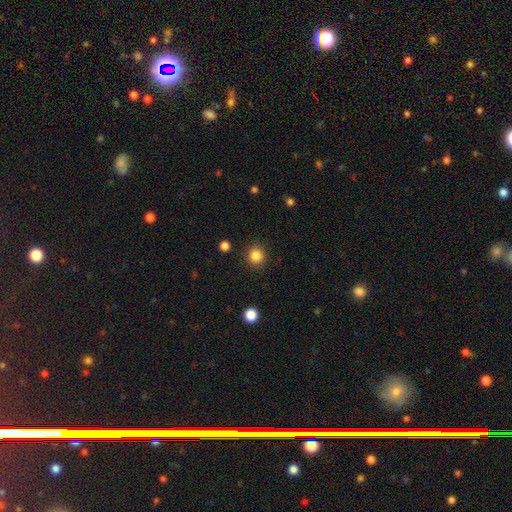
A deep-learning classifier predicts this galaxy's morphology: Q: Smooth or featured?
A: smooth (85%); runner-up: star or artifact (11%)
Q: How rounded?
A: round (91%); runner-up: in between (8%)
Q: Merging?
A: none (91%); runner-up: minor disturbance (6%)